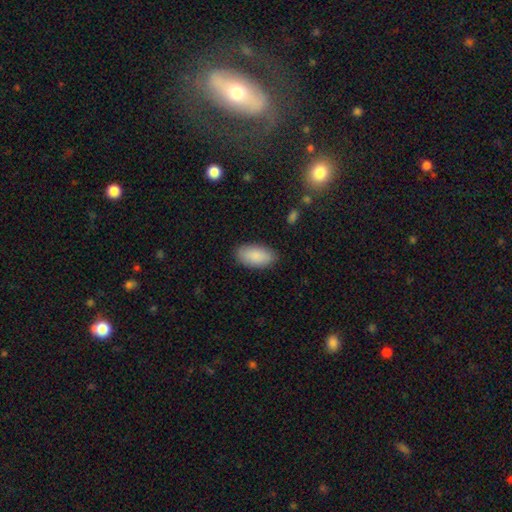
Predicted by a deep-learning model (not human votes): Q: Smooth or featured?
A: smooth (89%); runner-up: star or artifact (6%)
Q: How rounded?
A: in between (95%); runner-up: cigar-shaped (3%)
Q: Merging?
A: none (87%); runner-up: minor disturbance (10%)